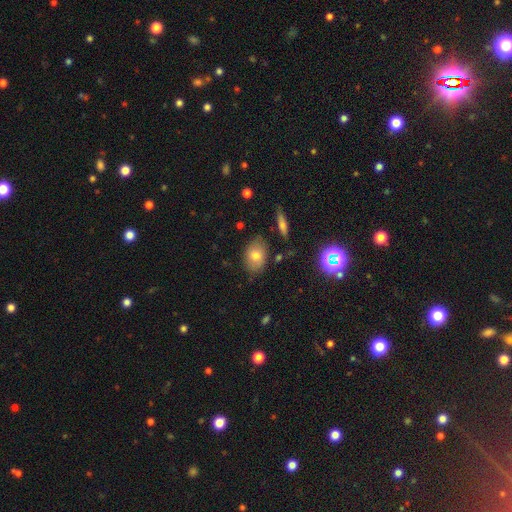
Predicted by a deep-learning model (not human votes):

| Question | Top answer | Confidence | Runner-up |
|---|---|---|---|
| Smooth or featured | smooth | 73% | featured or disk (16%) |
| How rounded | in between | 80% | round (18%) |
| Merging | none | 80% | minor disturbance (14%) |